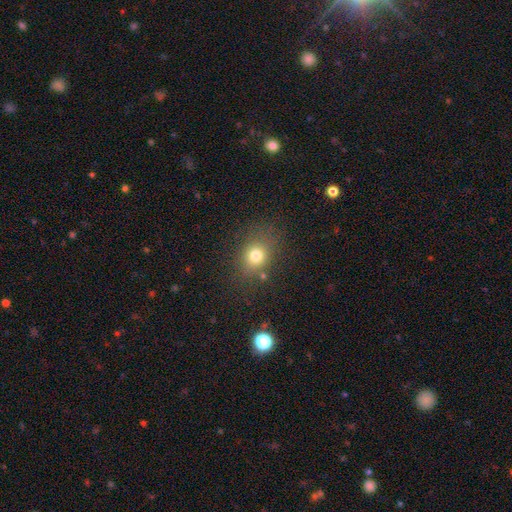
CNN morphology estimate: smooth_or_featured: smooth (p=0.76) [alt: star or artifact p=0.15]
how_rounded: round (p=0.57) [alt: in between p=0.41]
merging: none (p=0.75) [alt: minor disturbance p=0.14]